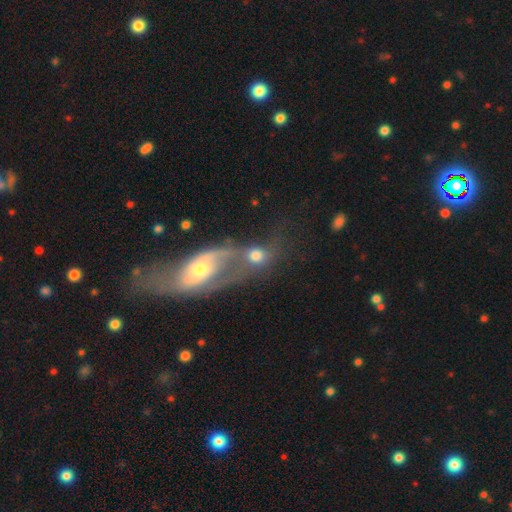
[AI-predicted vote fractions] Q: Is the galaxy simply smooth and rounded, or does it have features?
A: smooth — 52%.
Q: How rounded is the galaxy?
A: round — 55%.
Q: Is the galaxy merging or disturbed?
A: merger — 60%.